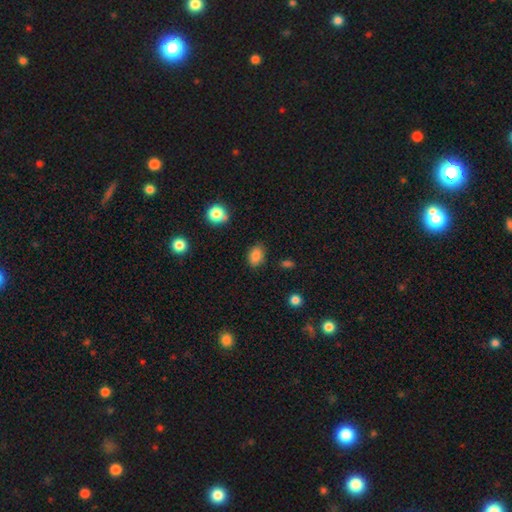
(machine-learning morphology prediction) A smooth galaxy with no disk features (85%) that is in between round and cigar-shaped (80%).

Vote fractions:
- Smooth or featured? smooth: 85% / star or artifact: 10% / featured or disk: 5%
- How rounded? in between: 80% / round: 18% / cigar-shaped: 1%
- Merging? none: 82% / minor disturbance: 13% / major disturbance: 3% / merger: 2%